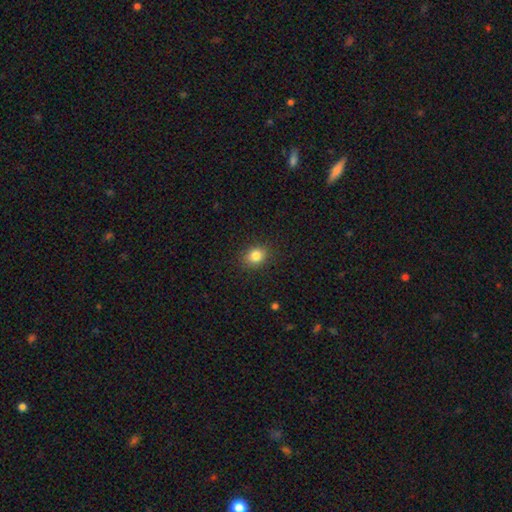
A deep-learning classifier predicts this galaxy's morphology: type=smooth (84%); roundness=round (55%); merging=none (88%).